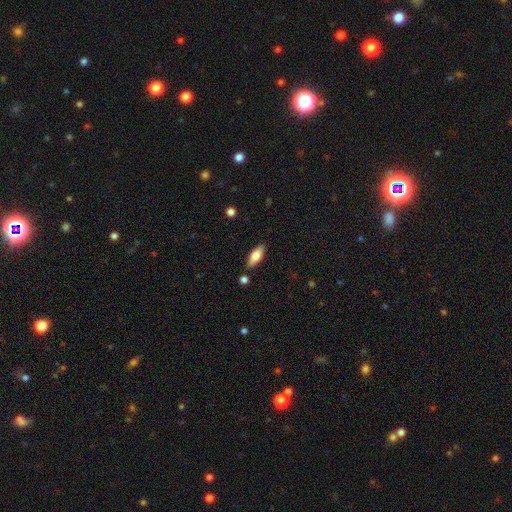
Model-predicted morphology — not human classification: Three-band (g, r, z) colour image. It shows a smooth galaxy with no disk features (77%) that is in between round and cigar-shaped (74%). Merging: none (84%).